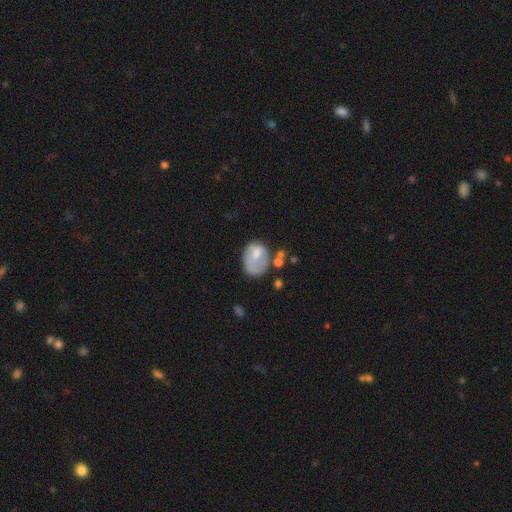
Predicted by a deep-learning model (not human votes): This appears to be a smooth galaxy with no disk features (59%) that is in between round and cigar-shaped (66%). Merging: none (36%).